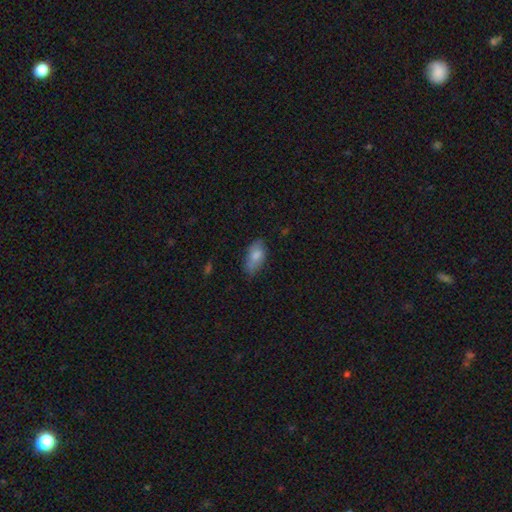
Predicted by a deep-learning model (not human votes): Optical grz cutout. It shows a smooth galaxy with no disk features (79%) that is in between round and cigar-shaped (91%). Merging: none (64%).